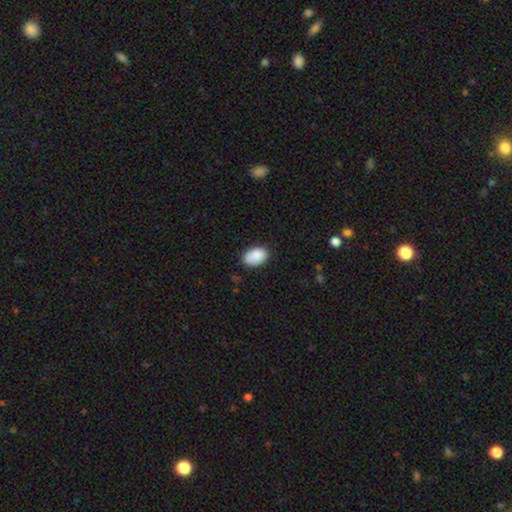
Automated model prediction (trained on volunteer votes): The model was most divided on "merging": none: 75%, minor disturbance: 19%, major disturbance: 4%, merger: 2%. More confident: how rounded — in between (89%); smooth or featured — smooth (87%).